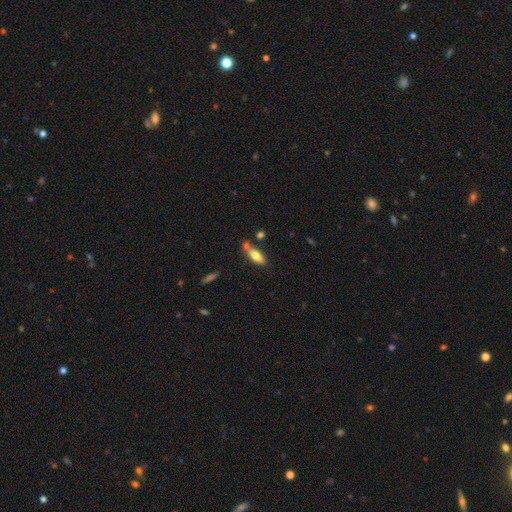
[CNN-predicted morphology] Smooth or featured: smooth — 69% (featured or disk — 24%)
How rounded: in between — 66% (cigar-shaped — 32%)
Merging: none — 63% (merger — 18%)